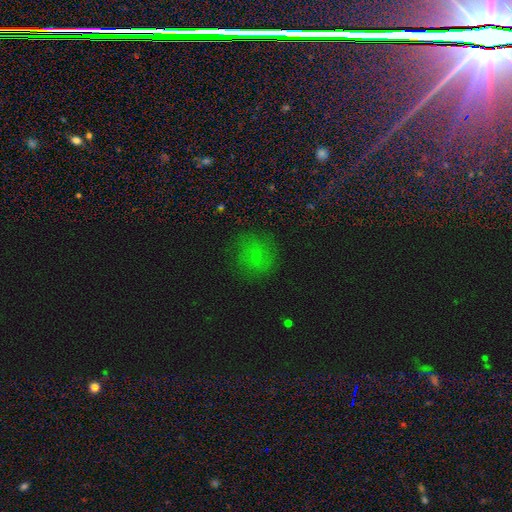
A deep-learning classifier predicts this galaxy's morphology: Overall: smooth (56%; star or artifact 32%). How rounded: round (83%). Merging: none (76%).